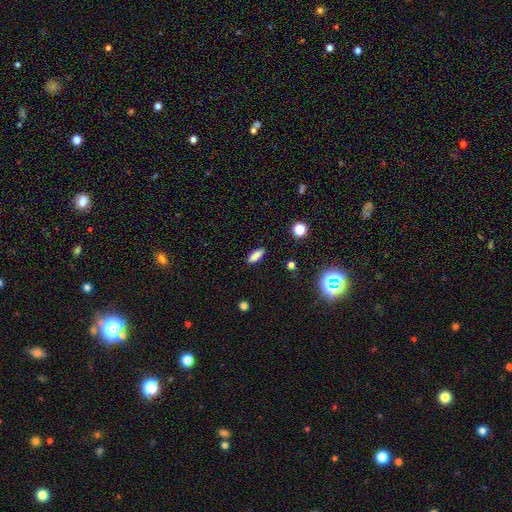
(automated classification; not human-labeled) This is clearly a smooth galaxy (83%). How rounded: likely in between (70%). Merging: clearly none (88%).